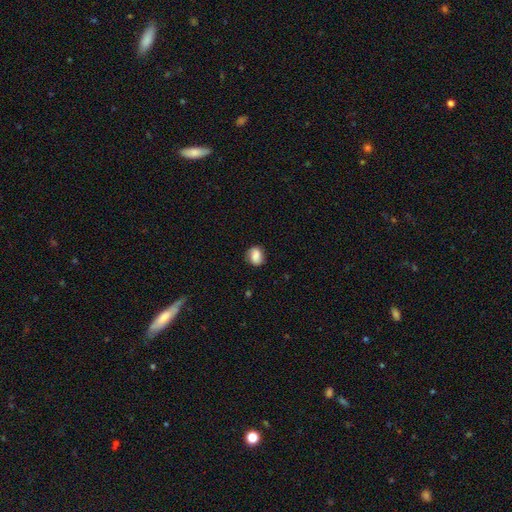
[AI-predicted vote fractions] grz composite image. It shows a smooth galaxy with no disk features (80%) that is round (52%). Merging: none (76%).